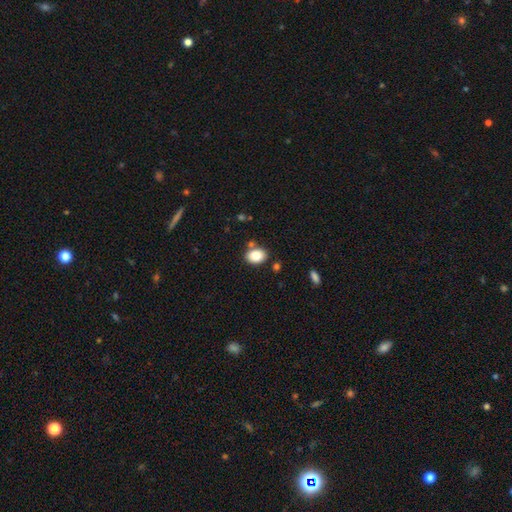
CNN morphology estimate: smooth 85%, star or artifact 8%, featured or disk 7%. Down the decision tree: how rounded — in between (71%); merging — none (76%).